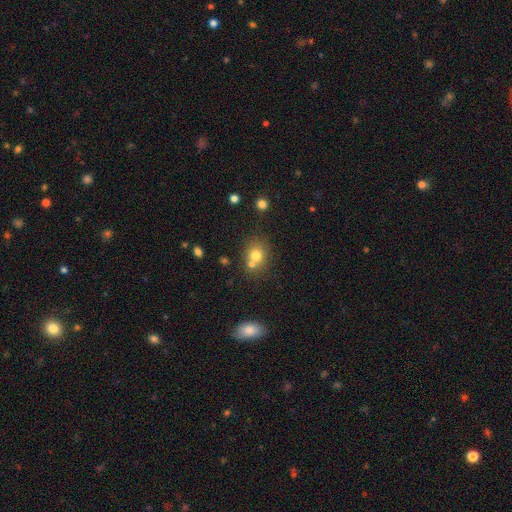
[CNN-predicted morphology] Smooth or featured? Predicted: smooth (p=0.74). How rounded? Predicted: round (p=0.74). Merging? Predicted: none (p=0.54).